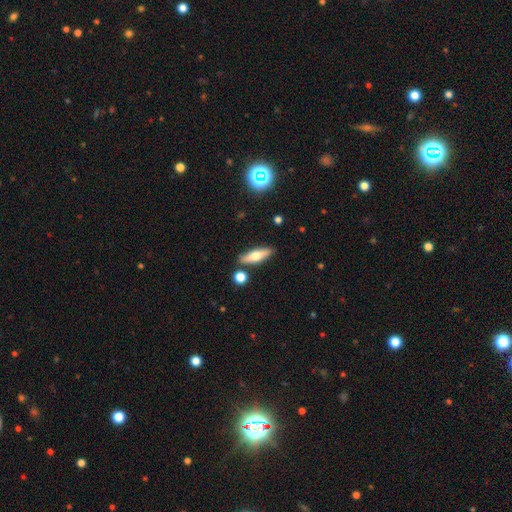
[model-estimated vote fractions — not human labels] smooth 55%, featured or disk 38%, star or artifact 7%. Down the decision tree: how rounded — cigar-shaped (61%); merging — none (83%).